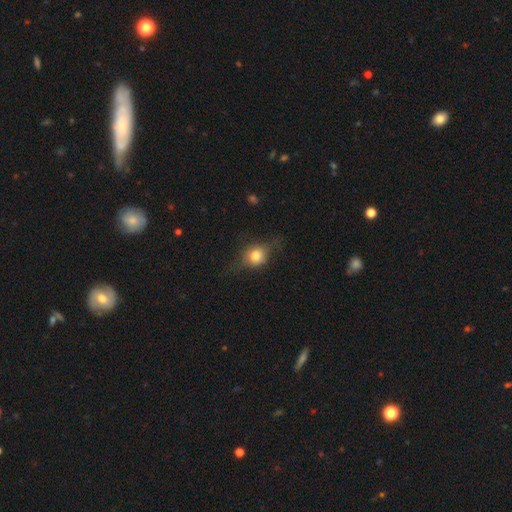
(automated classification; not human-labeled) This is likely a smooth galaxy (70%). How rounded: likely round (67%). Merging: likely none (63%).